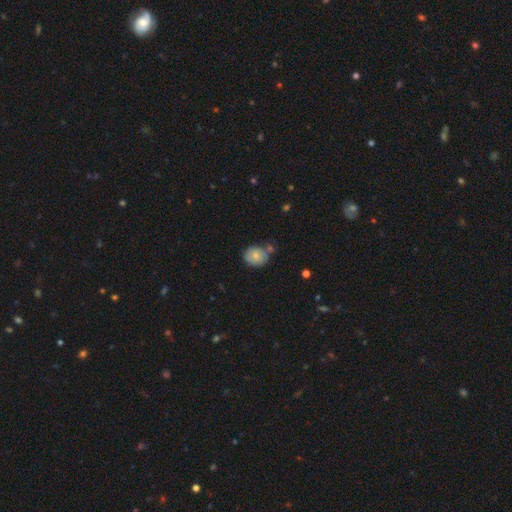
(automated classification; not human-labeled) smooth_or_featured: smooth (p=0.75) [alt: featured or disk p=0.17]
how_rounded: round (p=0.65) [alt: in between p=0.34]
merging: none (p=0.62) [alt: minor disturbance p=0.21]